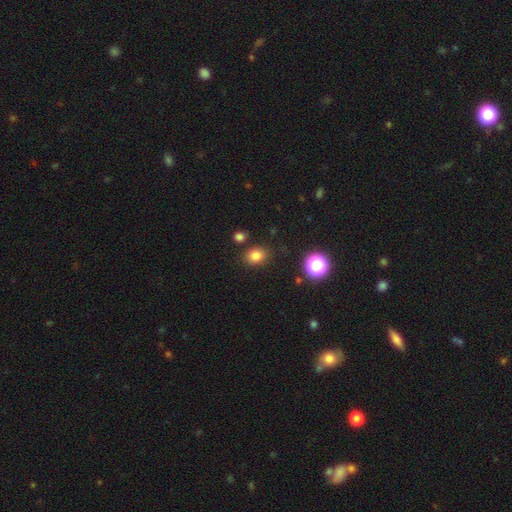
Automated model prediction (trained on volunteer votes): Overall: smooth (81%). How rounded: in between (51%; round 48%). Merging: none (84%).